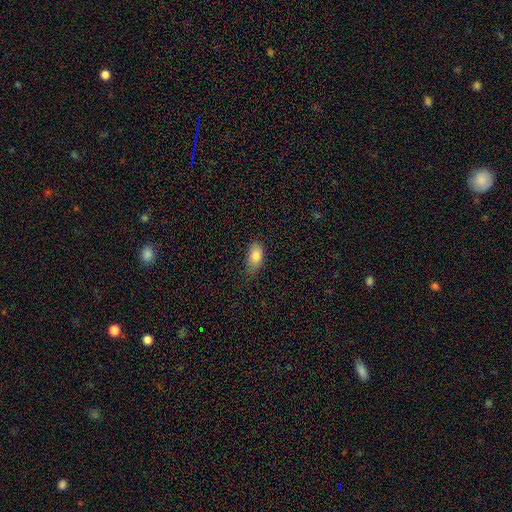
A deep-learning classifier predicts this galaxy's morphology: smooth_or_featured: smooth (p=0.84) [alt: featured or disk p=0.08]
how_rounded: in between (p=0.90) [alt: round p=0.05]
merging: none (p=0.65) [alt: minor disturbance p=0.28]